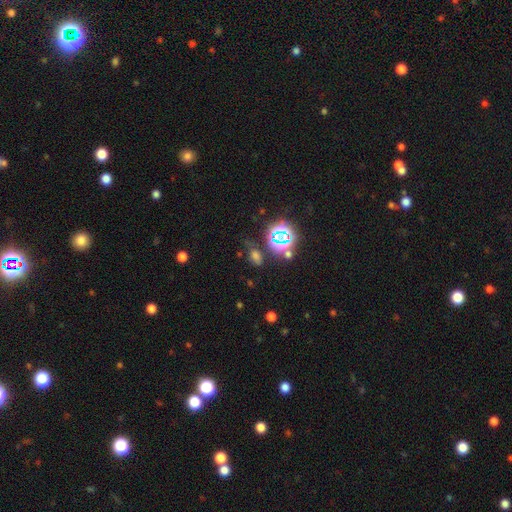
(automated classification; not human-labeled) Smooth or featured: smooth — 51% (star or artifact — 40%)
How rounded: in between — 75% (round — 22%)
Merging: none — 65% (minor disturbance — 19%)